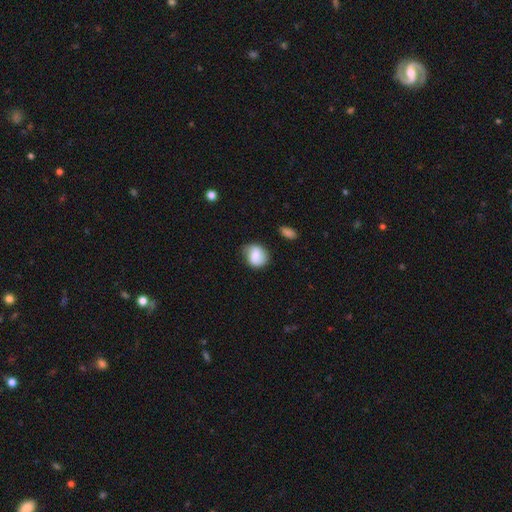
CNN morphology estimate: Smooth or featured: smooth — 66% (featured or disk — 26%)
How rounded: round — 68% (in between — 31%)
Merging: none — 64% (minor disturbance — 27%)